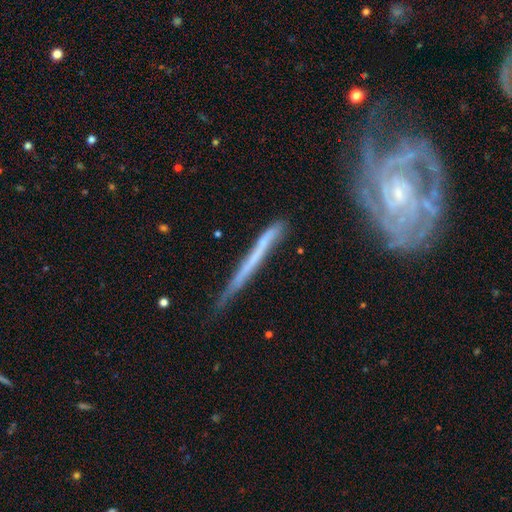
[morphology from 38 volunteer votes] A featured or disk galaxy (55%) viewed edge-on (81%) with no central bulge (94%). Merging: none (53%).